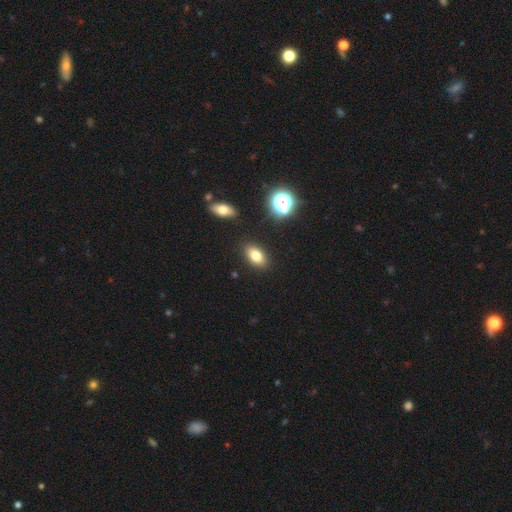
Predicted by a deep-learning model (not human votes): Overall: smooth (77%). How rounded: in between (85%). Merging: none (87%).